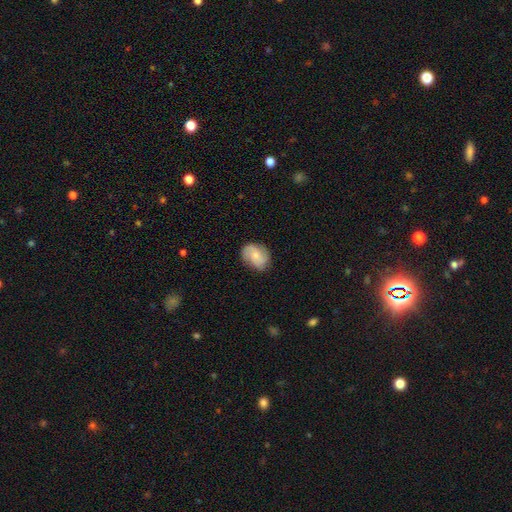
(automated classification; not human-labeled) This appears to be a smooth galaxy with no disk features (50%). Merging: none (74%).